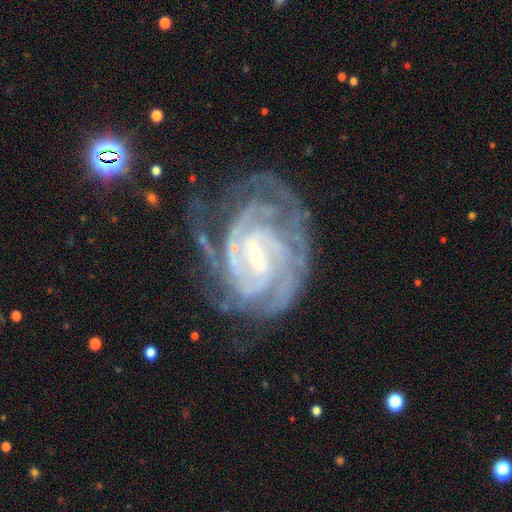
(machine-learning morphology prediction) smooth-or-featured: featured or disk: 91% | star or artifact: 5% | smooth: 4%
  disk-edge-on: no: 98% | yes: 2%
    bar: weak: 47% | no: 29% | strong: 24%
    has-spiral-arms: yes: 98% | no: 2%
      spiral-winding: tight: 71% | medium: 25% | loose: 4%
      spiral-arm-count: 2: 23% (tied) | 3: 23% (tied) | can't tell: 23% (tied) | 4: 18% | more than 4: 7% | 1: 6%
    bulge-size: small: 78% | moderate: 18% | none: 2% | large: 1% | dominant: 1%
  merging: none: 56% | minor disturbance: 24% | major disturbance: 17% | merger: 3%